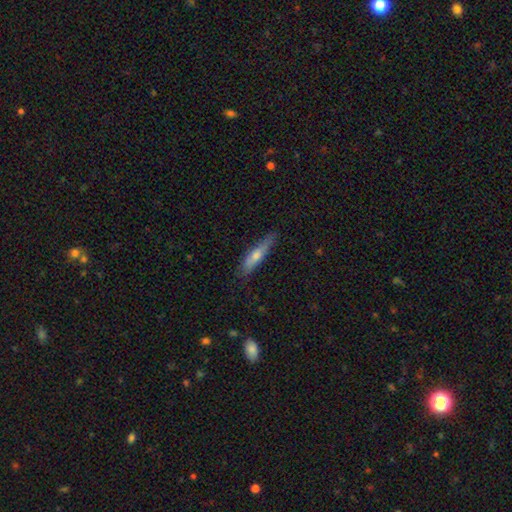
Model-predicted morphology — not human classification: This appears to be a smooth galaxy with no disk features (55%) that is cigar-shaped (84%). Merging: none (74%).